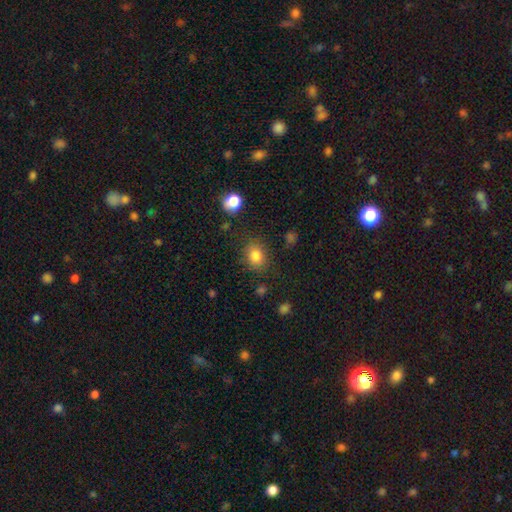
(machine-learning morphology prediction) Smooth or featured? Predicted: smooth (p=0.83). How rounded? Predicted: round (p=0.52). Merging? Predicted: none (p=0.78).